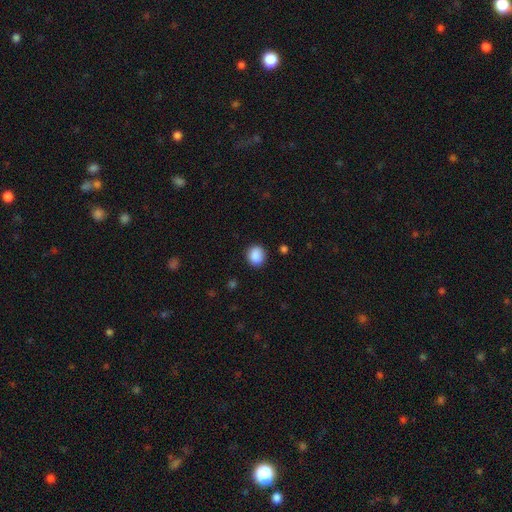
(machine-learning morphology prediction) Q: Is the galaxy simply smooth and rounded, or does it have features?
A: smooth — 88%.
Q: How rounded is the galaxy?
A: round — 73%.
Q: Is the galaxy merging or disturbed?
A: none — 86%.